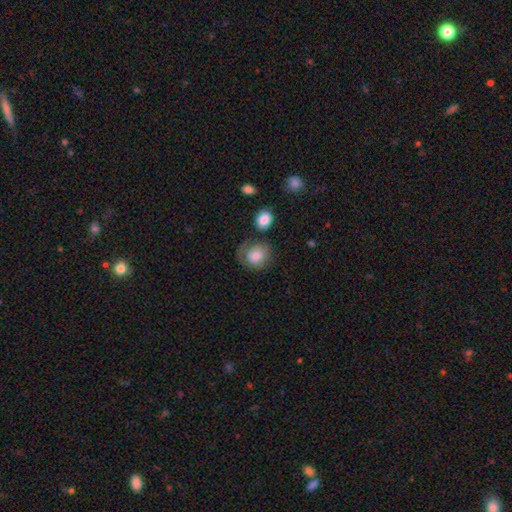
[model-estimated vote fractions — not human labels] smooth_or_featured: smooth (p=0.69) [alt: featured or disk p=0.23]
how_rounded: round (p=0.70) [alt: in between p=0.29]
merging: none (p=0.49) [alt: minor disturbance p=0.24]